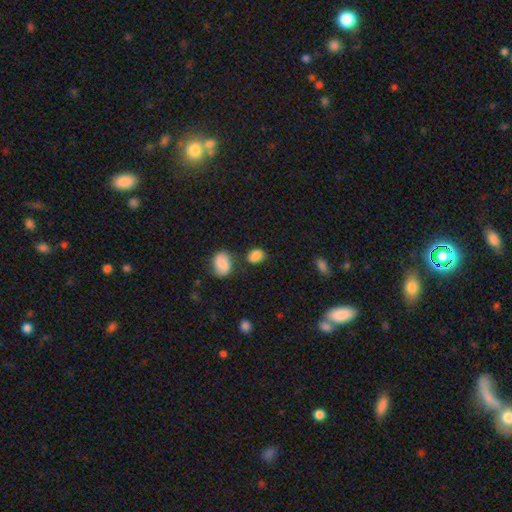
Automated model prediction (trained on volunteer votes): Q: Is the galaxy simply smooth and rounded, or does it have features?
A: smooth — 83%.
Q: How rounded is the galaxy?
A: in between — 70%.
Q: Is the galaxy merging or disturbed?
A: none — 59%.